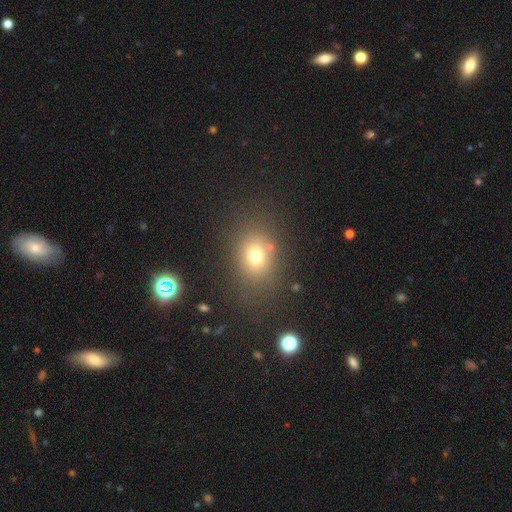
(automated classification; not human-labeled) Smooth or featured? Predicted: smooth (p=0.72). How rounded? Predicted: in between (p=0.53). Merging? Predicted: none (p=0.77).